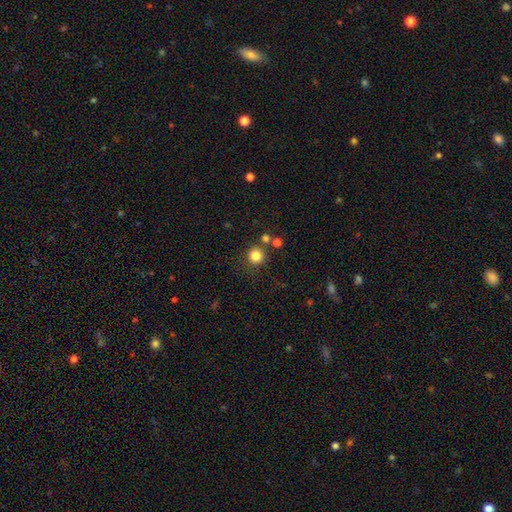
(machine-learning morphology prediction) A smooth galaxy with no disk features (82%) that is round (94%).

Vote fractions:
- Smooth or featured? smooth: 82% / star or artifact: 13% / featured or disk: 6%
- How rounded? round: 94% / in between: 5% / cigar-shaped: 1%
- Merging? none: 80% / merger: 9% / minor disturbance: 8% / major disturbance: 3%